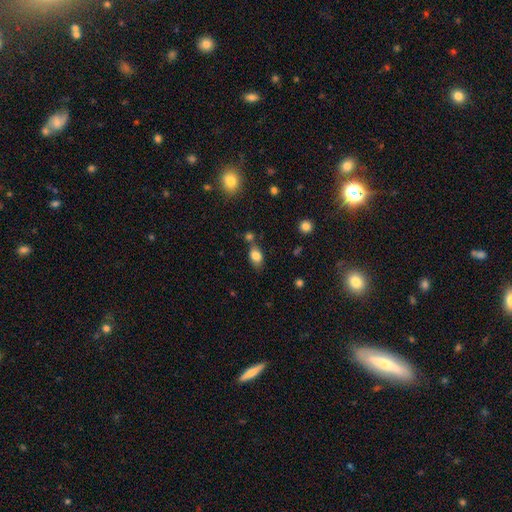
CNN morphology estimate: smooth-or-featured: smooth: 81% | star or artifact: 9% | featured or disk: 9%
  how-rounded: in between: 81% | round: 17% | cigar-shaped: 3%
  merging: none: 60% | merger: 18% | minor disturbance: 17% | major disturbance: 5%